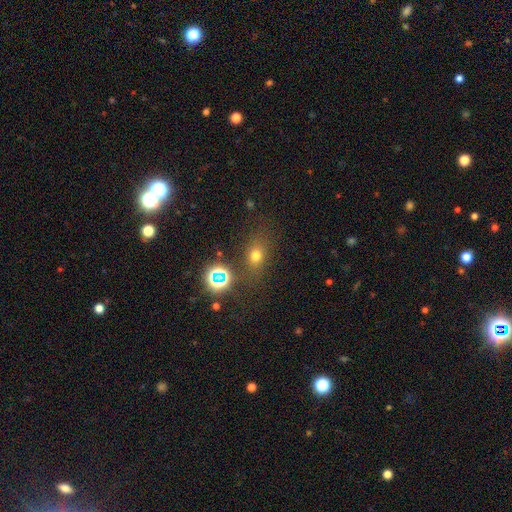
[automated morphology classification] The model was most divided on "how rounded": in between: 52%, round: 45%, cigar-shaped: 3%. More confident: merging — none (75%); smooth or featured — smooth (65%).